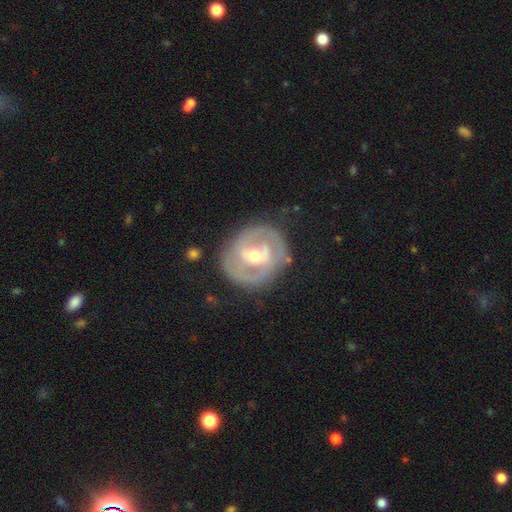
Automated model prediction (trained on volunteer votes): Smooth or featured: featured or disk — 78% (smooth — 17%)
Edge-on disk: no — 96% (yes — 4%)
Bar: weak — 43% (strong — 36%)
Spiral arms: yes — 64% (no — 36%)
Bulge size: moderate — 70% (small — 23%)
Merging: none — 77% (minor disturbance — 15%)